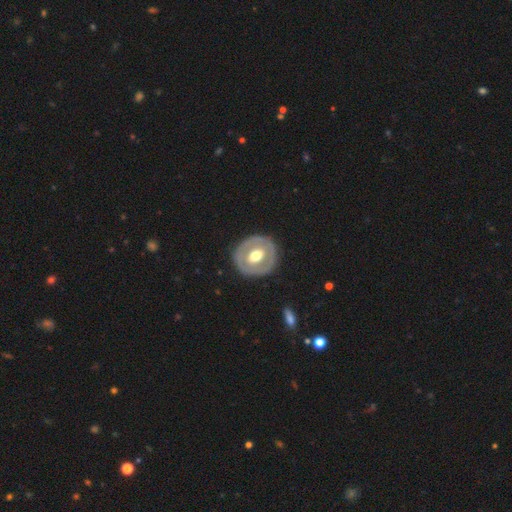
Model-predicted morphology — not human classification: type=featured or disk (57%); edge-on=no (94%); bar=no (55%); spiral arms=no (87%); bulge=moderate (66%); merging=none (83%).